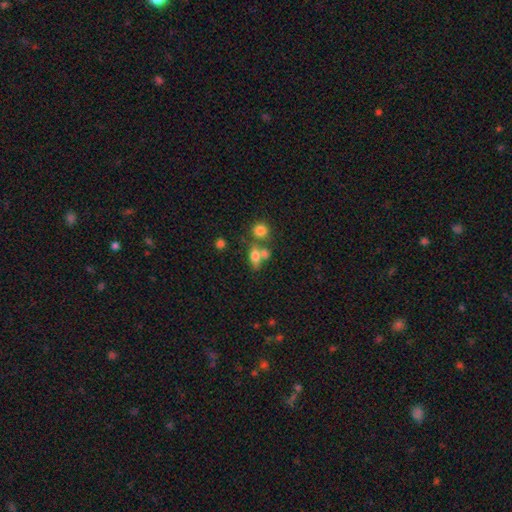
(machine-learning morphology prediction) Smooth or featured?
  - smooth: 70% *
  - featured or disk: 18%
  - star or artifact: 12%
How rounded?
  - in between: 72% *
  - round: 17%
  - cigar-shaped: 11%
Merging?
  - none: 47% *
  - merger: 34%
  - minor disturbance: 13%
  - major disturbance: 7%